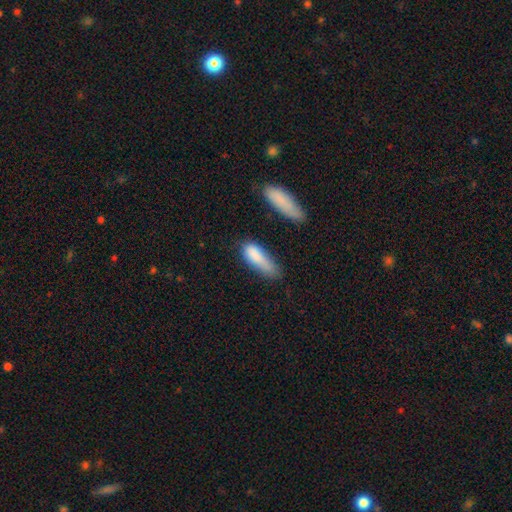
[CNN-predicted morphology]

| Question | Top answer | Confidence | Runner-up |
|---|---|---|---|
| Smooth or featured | smooth | 82% | featured or disk (11%) |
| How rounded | in between | 52% | cigar-shaped (46%) |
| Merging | none | 43% | minor disturbance (34%) |